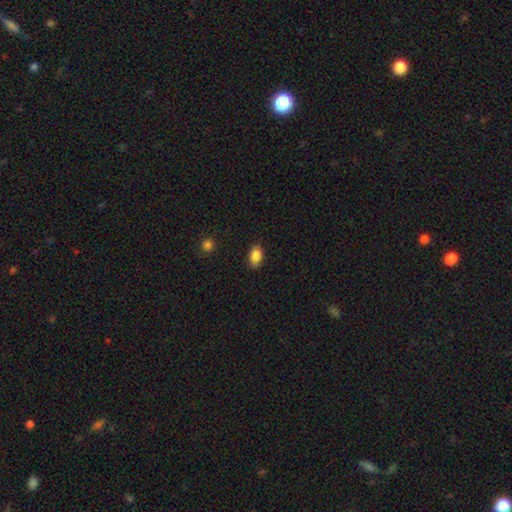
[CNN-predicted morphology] A smooth galaxy with no disk features (87%) that is in between round and cigar-shaped (88%). Merging: none (83%).